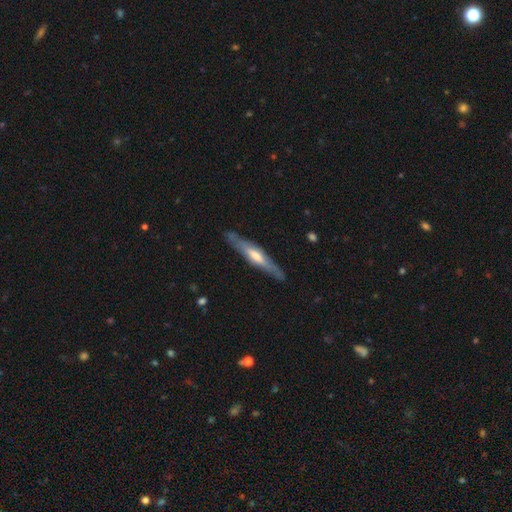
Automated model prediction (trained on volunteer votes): smooth-or-featured: featured or disk: 65% | smooth: 29% | star or artifact: 5%
  disk-edge-on: yes: 89% | no: 11%
    edge-on-bulge: rounded: 62% | boxy: 19% | none: 18%
  merging: none: 85% | minor disturbance: 11% | major disturbance: 2% | merger: 1%